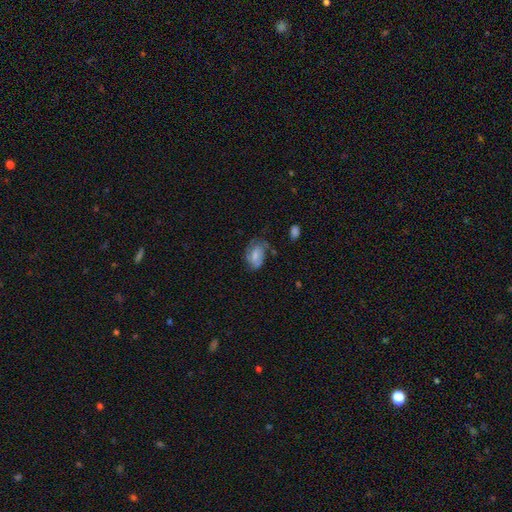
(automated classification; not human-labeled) Smooth or featured? featured or disk (49%)
Merging? none (46%)